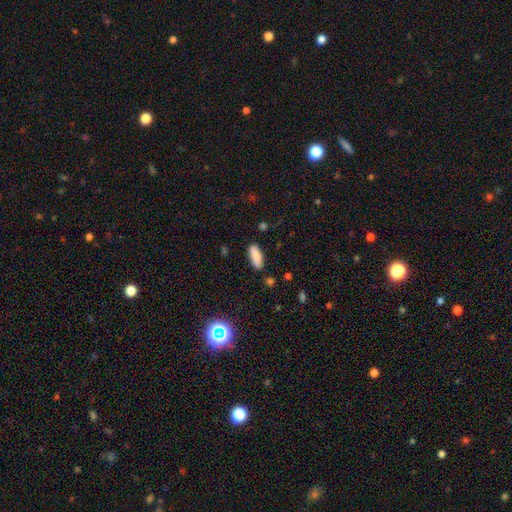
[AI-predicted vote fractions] A smooth galaxy with no disk features (88%) that is in between round and cigar-shaped (70%). Merging: none (85%).